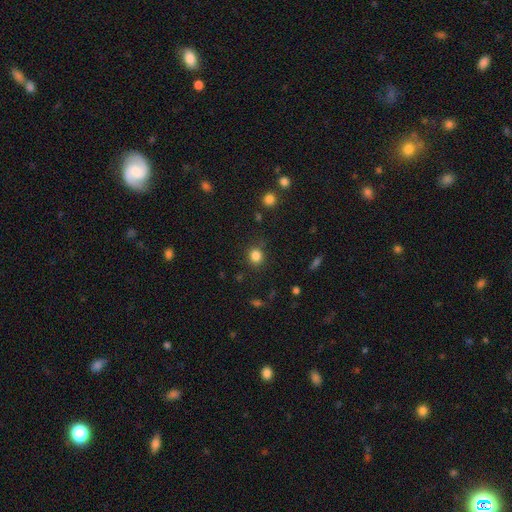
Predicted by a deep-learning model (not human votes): A smooth galaxy with no disk features (84%) that is round (81%).

Vote fractions:
- Smooth or featured? smooth: 84% / star or artifact: 12% / featured or disk: 4%
- How rounded? round: 81% / in between: 18% / cigar-shaped: 1%
- Merging? none: 84% / minor disturbance: 11% / major disturbance: 3% / merger: 2%